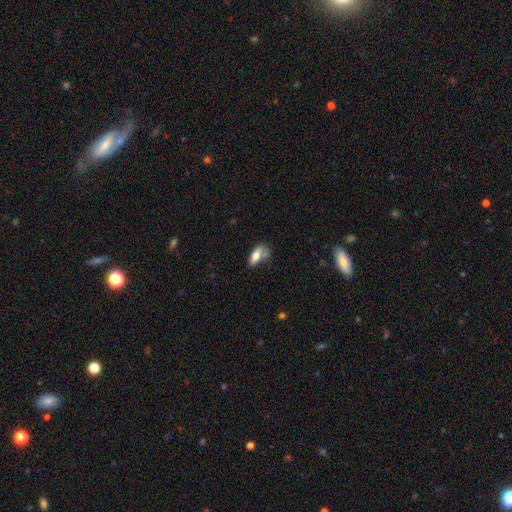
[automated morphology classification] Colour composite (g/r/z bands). It shows a smooth galaxy with no disk features (73%) that is in between round and cigar-shaped (76%). Merging: none (37%).